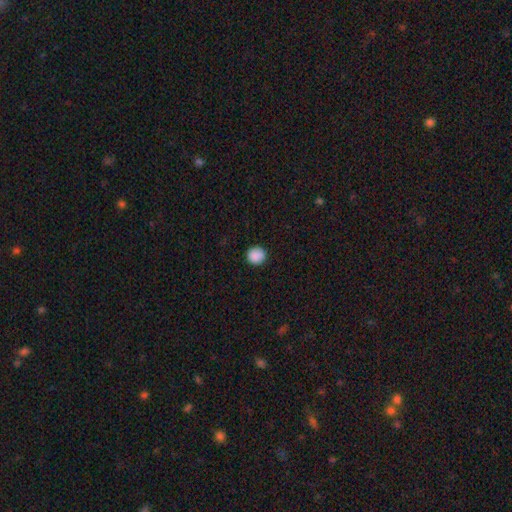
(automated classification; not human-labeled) smooth_or_featured: smooth (p=0.89) [alt: star or artifact p=0.08]
how_rounded: round (p=0.95) [alt: in between p=0.04]
merging: none (p=0.92) [alt: minor disturbance p=0.05]